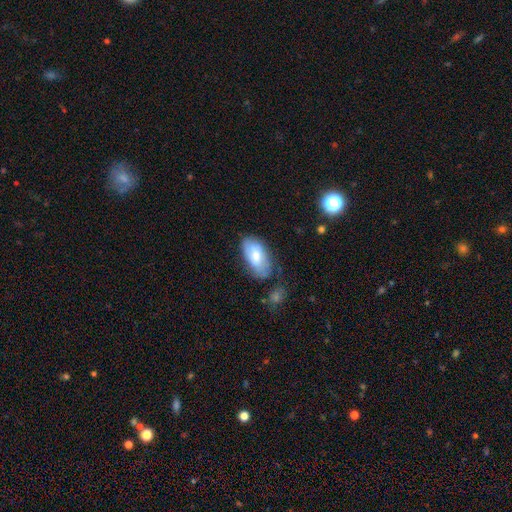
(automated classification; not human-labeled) smooth_or_featured: smooth (p=0.69) [alt: featured or disk p=0.25]
how_rounded: in between (p=0.94) [alt: round p=0.03]
merging: none (p=0.61) [alt: minor disturbance p=0.26]